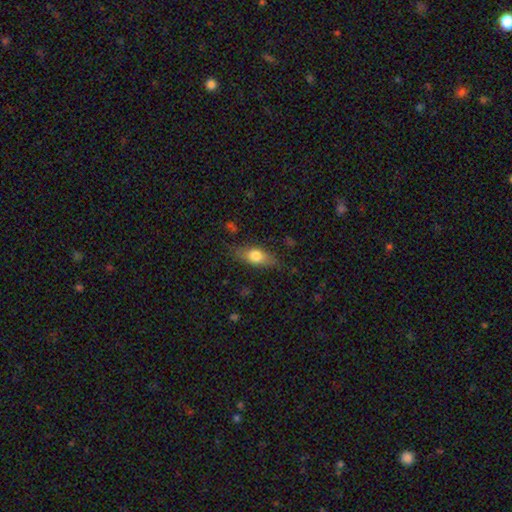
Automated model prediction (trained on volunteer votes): Overall: smooth (69%). How rounded: in between (72%). Merging: none (76%).